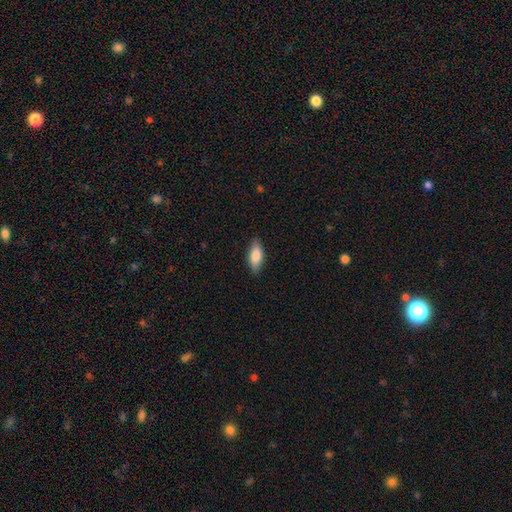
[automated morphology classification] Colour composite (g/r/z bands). It shows a smooth galaxy with no disk features (83%) that is in between round and cigar-shaped (77%). Merging: none (85%).